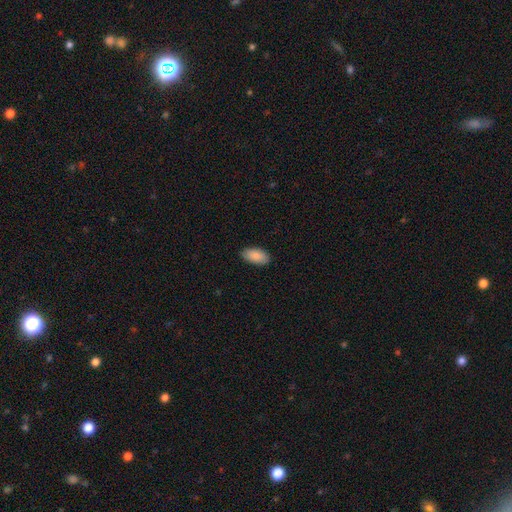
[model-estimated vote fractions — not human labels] Smooth or featured? Predicted: smooth (p=0.90). How rounded? Predicted: in between (p=0.95). Merging? Predicted: none (p=0.88).